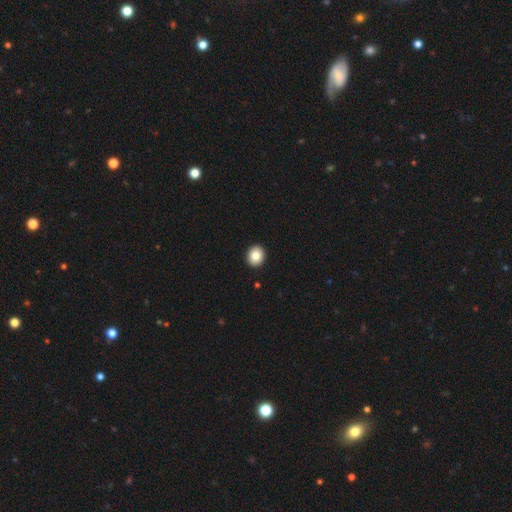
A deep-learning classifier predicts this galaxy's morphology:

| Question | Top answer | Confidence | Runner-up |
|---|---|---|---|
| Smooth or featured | smooth | 84% | star or artifact (8%) |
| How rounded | round | 66% | in between (33%) |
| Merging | none | 93% | minor disturbance (5%) |